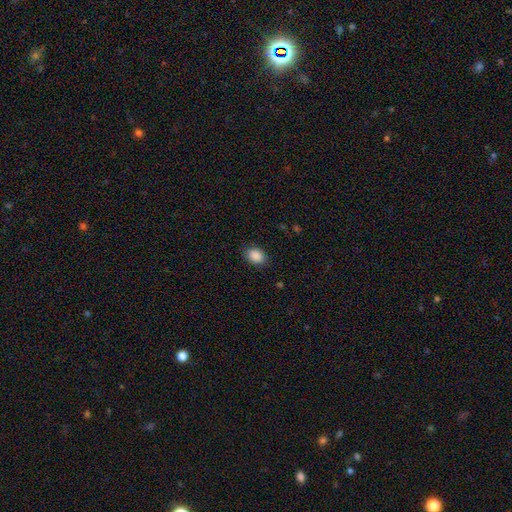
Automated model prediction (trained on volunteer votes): Smooth or featured? Predicted: smooth (p=0.89). How rounded? Predicted: in between (p=0.70). Merging? Predicted: none (p=0.85).